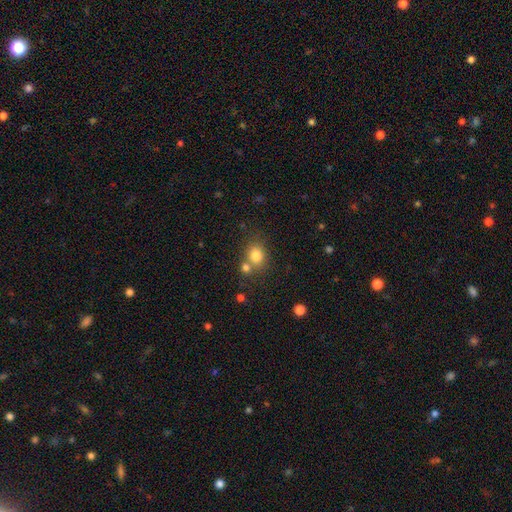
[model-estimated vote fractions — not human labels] Smooth or featured: smooth — 81% (star or artifact — 12%)
How rounded: round — 64% (in between — 35%)
Merging: none — 58% (merger — 28%)